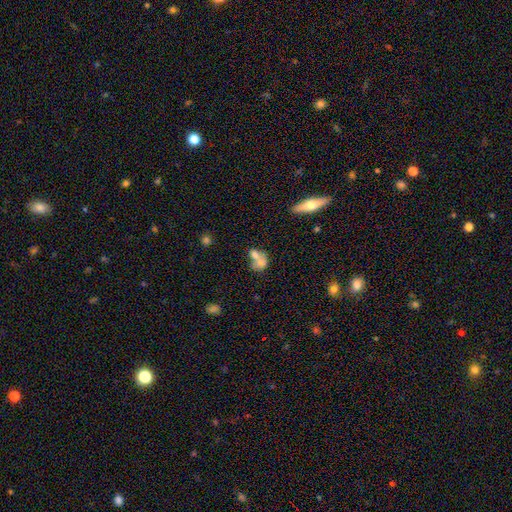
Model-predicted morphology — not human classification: A smooth galaxy with no disk features (64%) that is in between round and cigar-shaped (62%).

Vote fractions:
- Smooth or featured? smooth: 64% / featured or disk: 25% / star or artifact: 10%
- How rounded? in between: 62% / round: 36% / cigar-shaped: 2%
- Merging? merger: 62% / none: 22% / minor disturbance: 9% / major disturbance: 7%